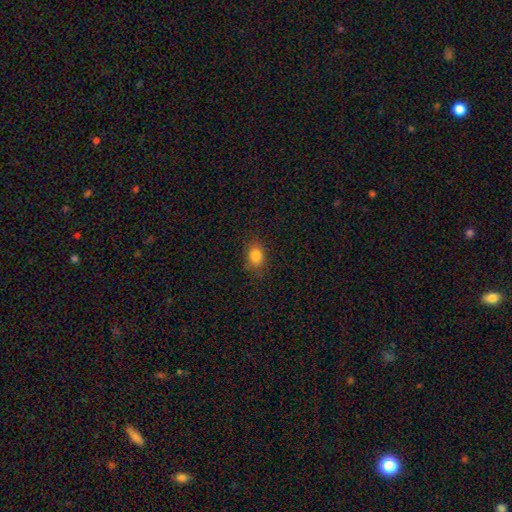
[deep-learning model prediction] Morphology: type=smooth (83%); roundness=in between (64%); merging=none (82%).